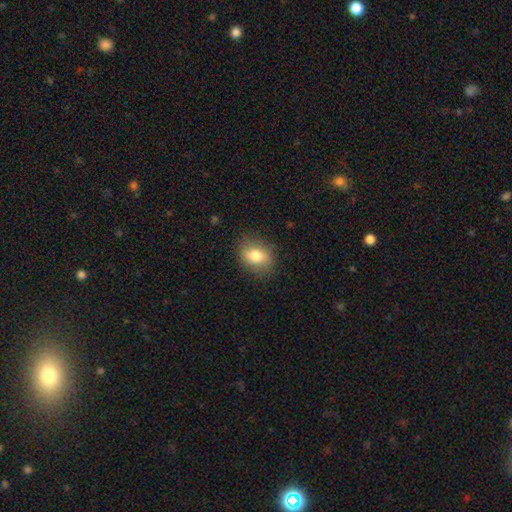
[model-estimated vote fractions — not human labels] The model was most divided on "how rounded": in between: 58%, round: 40%, cigar-shaped: 2%. More confident: merging — none (83%); smooth or featured — smooth (76%).